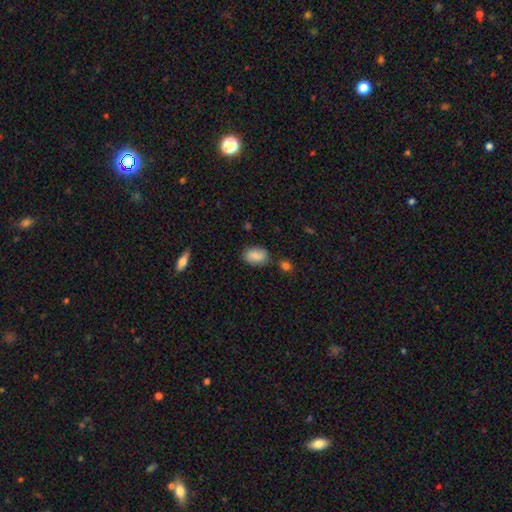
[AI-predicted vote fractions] smooth_or_featured: smooth (p=0.87) [alt: star or artifact p=0.07]
how_rounded: in between (p=0.90) [alt: round p=0.09]
merging: none (p=0.75) [alt: minor disturbance p=0.17]